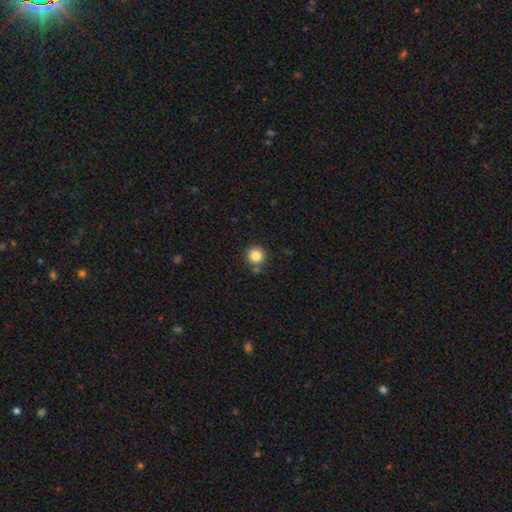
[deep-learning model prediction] smooth_or_featured: smooth (p=0.85) [alt: star or artifact p=0.10]
how_rounded: round (p=0.95) [alt: in between p=0.04]
merging: none (p=0.79) [alt: minor disturbance p=0.10]